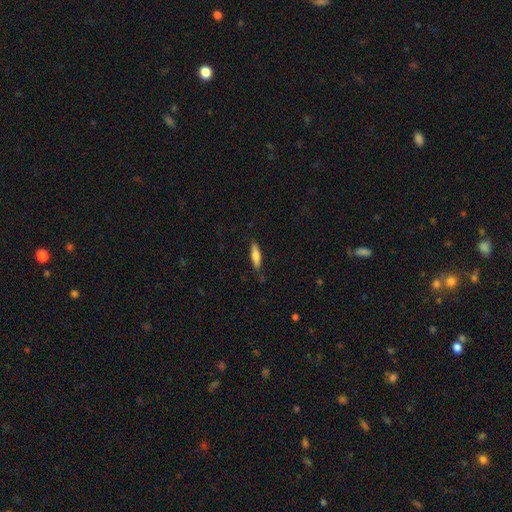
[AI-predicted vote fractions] The model was most divided on "how rounded": cigar-shaped: 63%, in between: 36%, round: 2%. More confident: merging — none (82%); smooth or featured — smooth (70%).